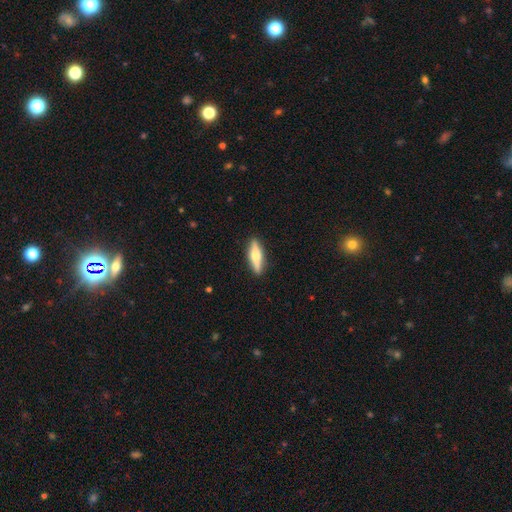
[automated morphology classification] type=featured or disk (48%); merging=none (90%).